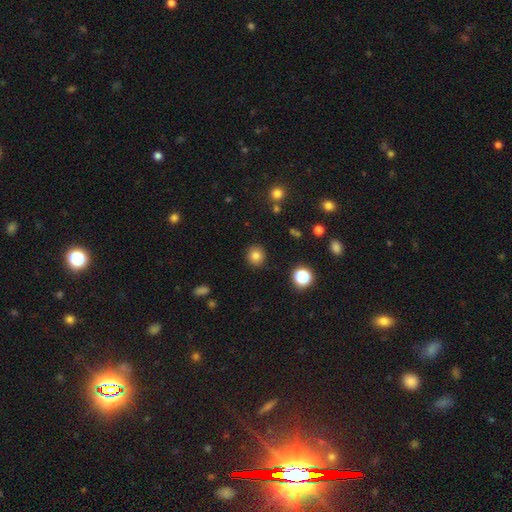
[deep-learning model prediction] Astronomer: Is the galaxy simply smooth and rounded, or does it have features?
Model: smooth — 80%.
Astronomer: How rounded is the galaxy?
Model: round — 91%.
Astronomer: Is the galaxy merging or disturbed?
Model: none — 90%.